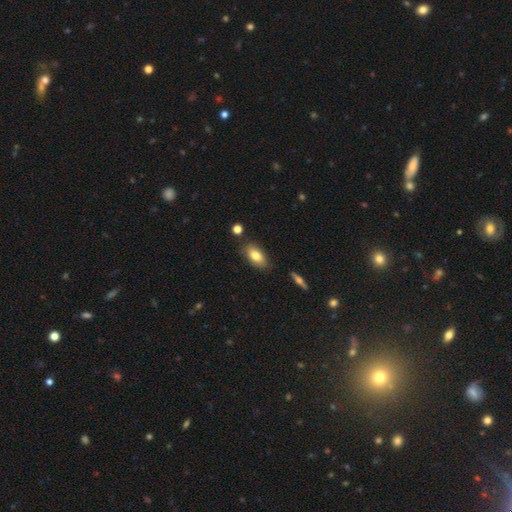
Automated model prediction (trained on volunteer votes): A smooth galaxy with no disk features (79%) that is in between round and cigar-shaped (90%).

Vote fractions:
- Smooth or featured? smooth: 79% / featured or disk: 13% / star or artifact: 7%
- How rounded? in between: 90% / cigar-shaped: 6% / round: 5%
- Merging? none: 81% / minor disturbance: 13% / merger: 3% / major disturbance: 3%